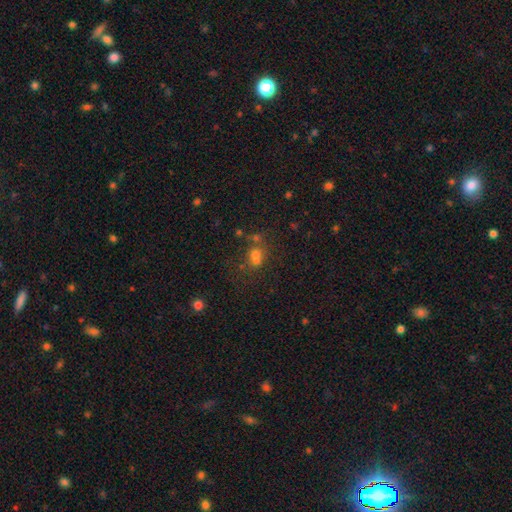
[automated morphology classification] Smooth or featured? Predicted: smooth (p=0.55). How rounded? Predicted: round (p=0.62). Merging? Predicted: merger (p=0.43).